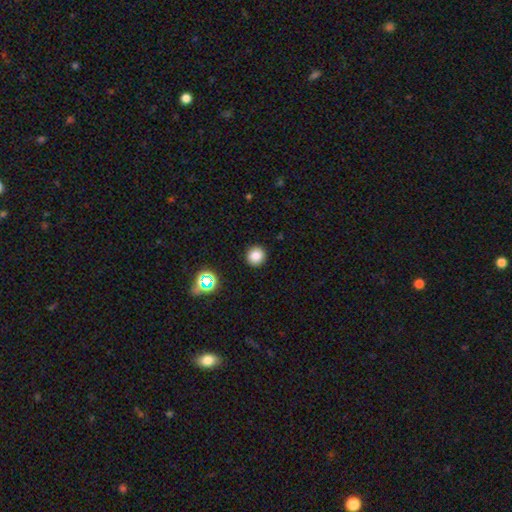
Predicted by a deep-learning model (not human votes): Morphology: type=smooth (81%); roundness=round (91%); merging=none (92%).